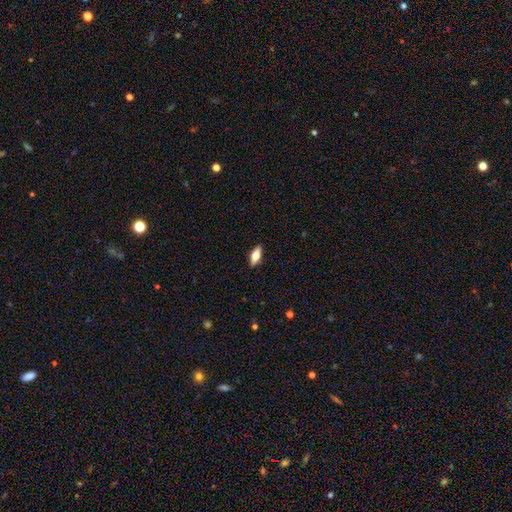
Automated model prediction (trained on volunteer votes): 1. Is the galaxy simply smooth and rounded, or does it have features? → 62% smooth, 31% featured or disk, 7% star or artifact.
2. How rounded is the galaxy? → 74% in between, 23% cigar-shaped, 3% round.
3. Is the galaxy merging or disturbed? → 89% none, 8% minor disturbance, 2% major disturbance, 1% merger.